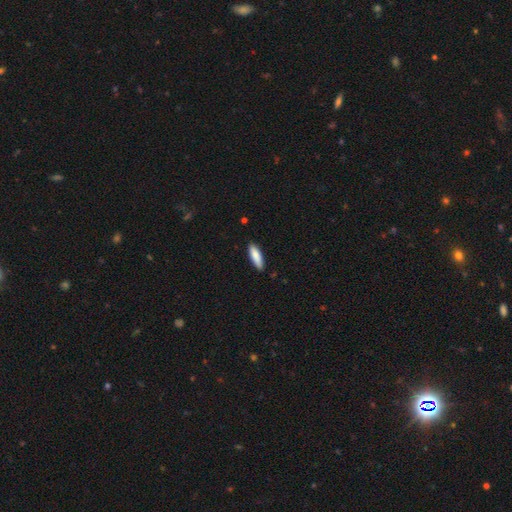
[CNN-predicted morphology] The model was most divided on "how rounded": cigar-shaped: 56%, in between: 43%, round: 1%. More confident: merging — none (87%); smooth or featured — smooth (86%).